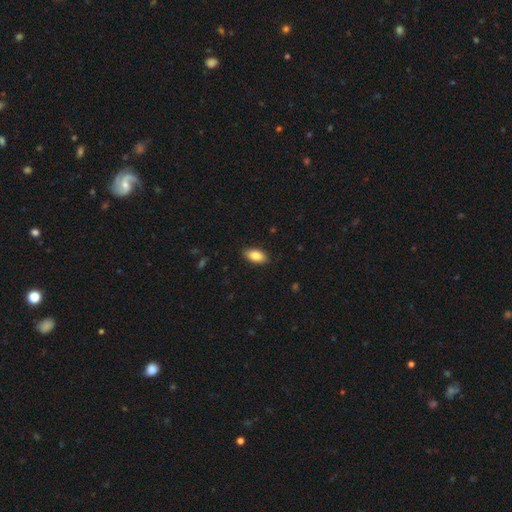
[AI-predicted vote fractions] Morphology: type=smooth (86%); roundness=in between (92%); merging=none (88%).